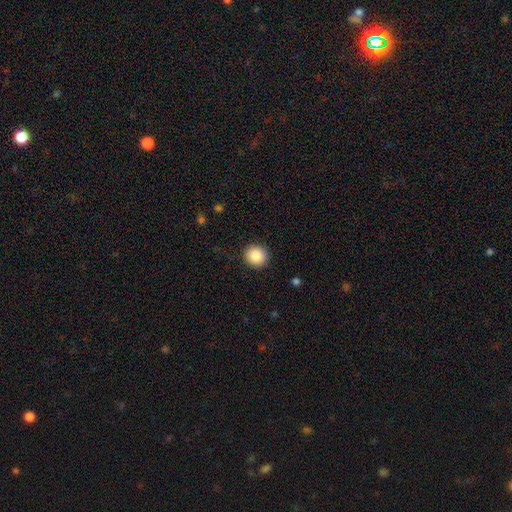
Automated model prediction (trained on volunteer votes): Smooth or featured?
  - smooth: 87% *
  - star or artifact: 9%
  - featured or disk: 5%
How rounded?
  - round: 92% *
  - in between: 7%
  - cigar-shaped: 1%
Merging?
  - none: 91% *
  - minor disturbance: 6%
  - major disturbance: 2%
  - merger: 1%